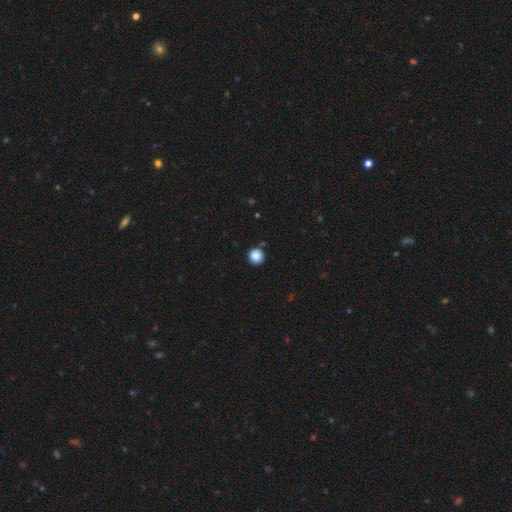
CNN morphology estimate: The model was most divided on "merging": none: 86%, minor disturbance: 9%, merger: 3%, major disturbance: 2%. More confident: how rounded — round (94%); smooth or featured — smooth (87%).